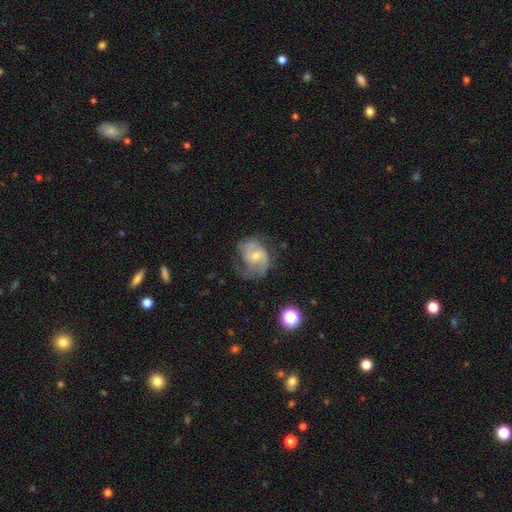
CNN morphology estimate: Smooth or featured? Predicted: featured or disk (p=0.71). Edge-on disk? Predicted: no (p=0.98). Bar? Predicted: no (p=0.59). Spiral arms? Predicted: yes (p=0.87). Spiral winding? Predicted: medium (p=0.47). Spiral arm count? Predicted: 2 (p=0.65). Bulge size? Predicted: moderate (p=0.52). Merging? Predicted: none (p=0.47).